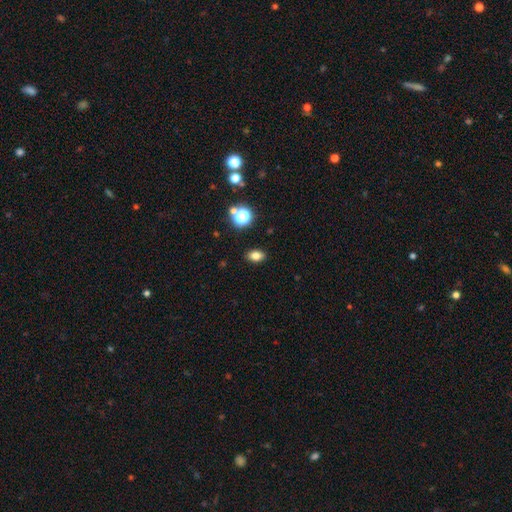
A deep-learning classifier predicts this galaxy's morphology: The model was most divided on "smooth or featured": smooth: 78%, star or artifact: 14%, featured or disk: 8%. More confident: merging — none (89%); how rounded — in between (82%).